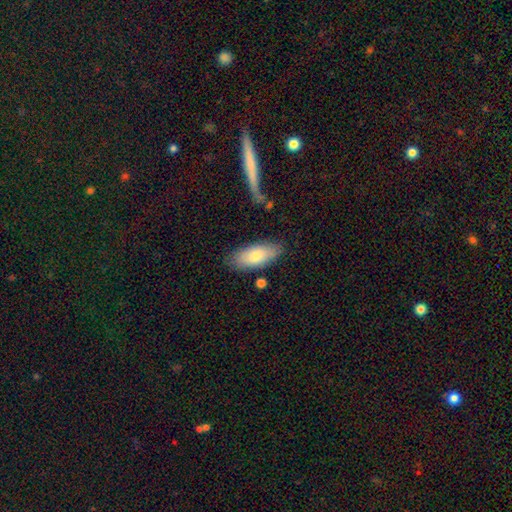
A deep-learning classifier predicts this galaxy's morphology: smooth_or_featured: smooth (p=0.75) [alt: featured or disk p=0.19]
how_rounded: in between (p=0.83) [alt: cigar-shaped p=0.15]
merging: none (p=0.80) [alt: minor disturbance p=0.14]